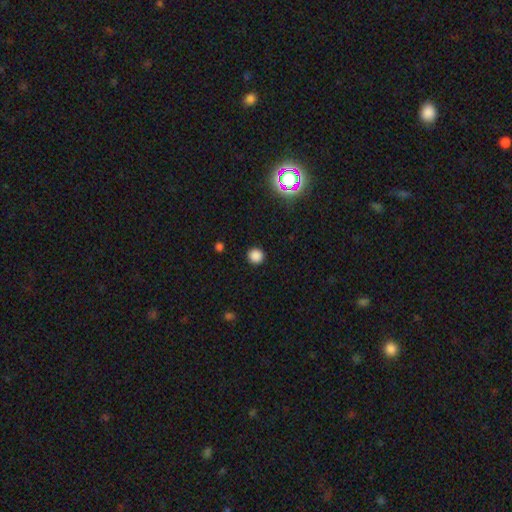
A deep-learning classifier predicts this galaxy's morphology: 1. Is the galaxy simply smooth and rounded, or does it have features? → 84% smooth, 13% star or artifact, 3% featured or disk.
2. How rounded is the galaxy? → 94% round, 5% in between, 1% cigar-shaped.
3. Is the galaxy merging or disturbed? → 92% none, 5% minor disturbance, 2% major disturbance, 1% merger.